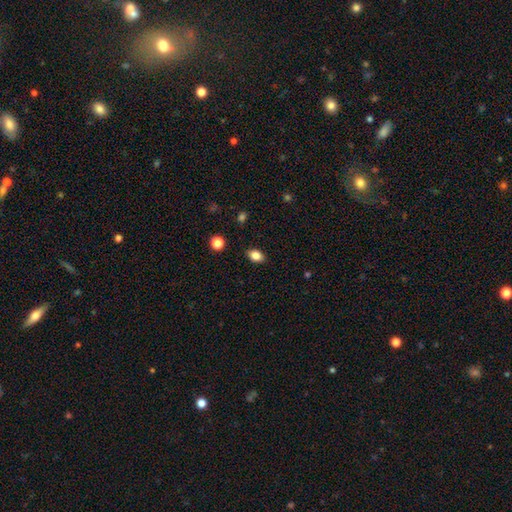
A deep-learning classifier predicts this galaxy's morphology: smooth 84%, star or artifact 10%, featured or disk 6%. Down the decision tree: how rounded — in between (77%); merging — none (87%).